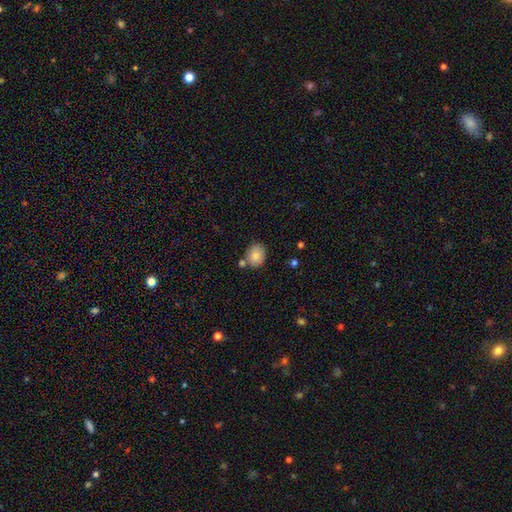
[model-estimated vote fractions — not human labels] smooth_or_featured: smooth (p=0.85) [alt: star or artifact p=0.08]
how_rounded: in between (p=0.54) [alt: round p=0.45]
merging: none (p=0.68) [alt: minor disturbance p=0.15]